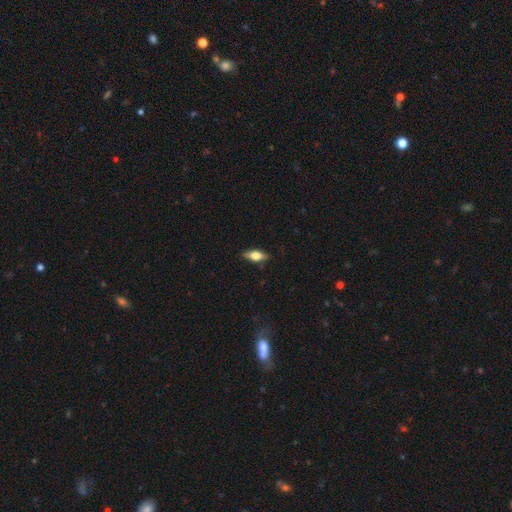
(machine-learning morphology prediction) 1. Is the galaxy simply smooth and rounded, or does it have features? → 56% smooth, 36% featured or disk, 7% star or artifact.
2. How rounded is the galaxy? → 72% in between, 24% cigar-shaped, 4% round.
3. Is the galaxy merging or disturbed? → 84% none, 12% minor disturbance, 3% major disturbance, 1% merger.